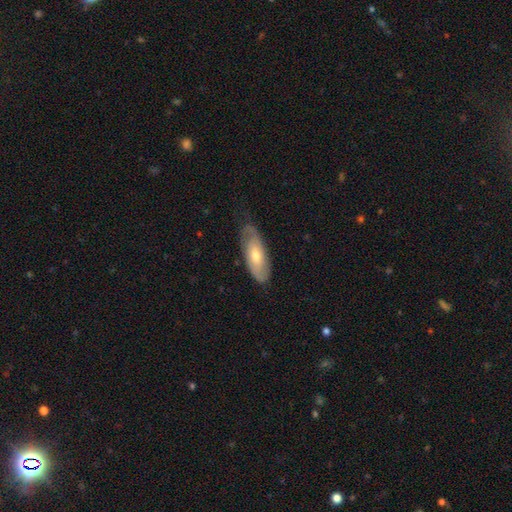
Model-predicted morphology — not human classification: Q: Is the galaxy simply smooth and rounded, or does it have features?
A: featured or disk — 51%.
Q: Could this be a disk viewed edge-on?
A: no — 81%.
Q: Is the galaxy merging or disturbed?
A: none — 67%.